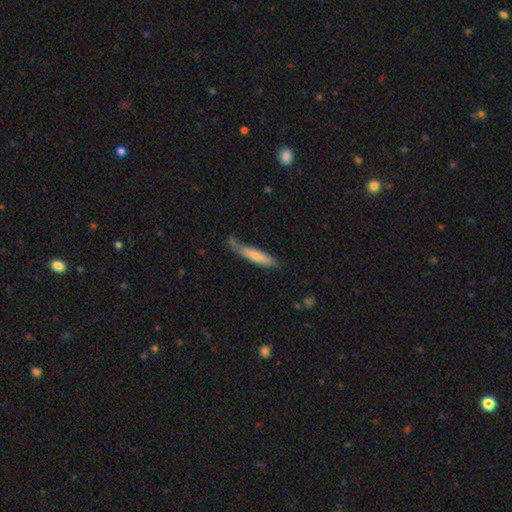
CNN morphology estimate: smooth 73%, featured or disk 21%, star or artifact 6%. Down the decision tree: how rounded — cigar-shaped (86%); merging — none (60%).